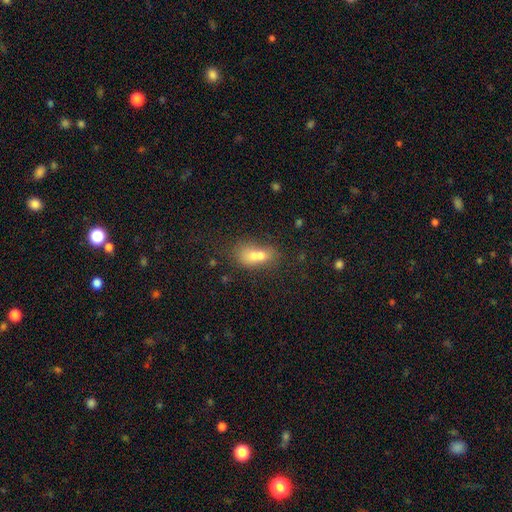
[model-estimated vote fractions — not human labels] Smooth or featured?
  - smooth: 67% *
  - featured or disk: 20%
  - star or artifact: 13%
How rounded?
  - in between: 71% *
  - round: 24%
  - cigar-shaped: 5%
Merging?
  - merger: 60% *
  - none: 25%
  - minor disturbance: 10%
  - major disturbance: 6%